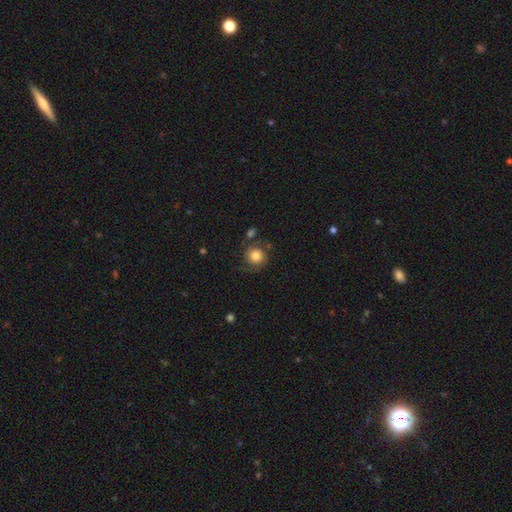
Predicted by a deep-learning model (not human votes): Overall: smooth (74%). How rounded: round (89%). Merging: none (66%).